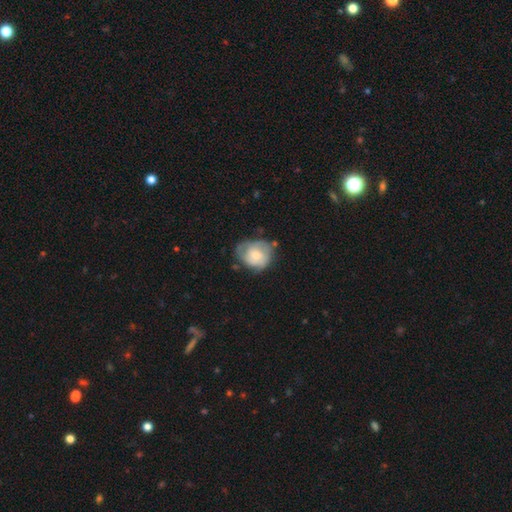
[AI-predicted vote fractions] Smooth or featured: smooth — 50% (featured or disk — 43%)
Merging: none — 48% (minor disturbance — 34%)